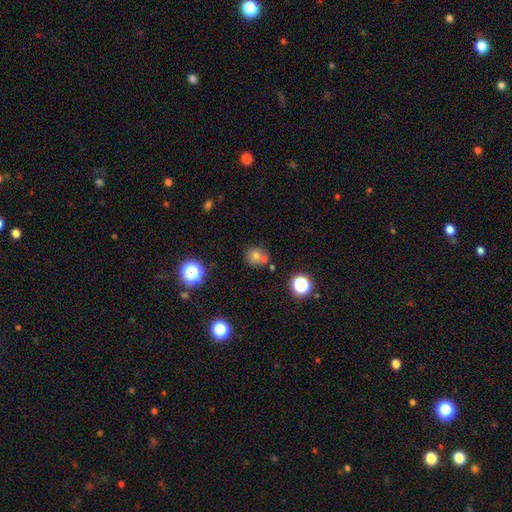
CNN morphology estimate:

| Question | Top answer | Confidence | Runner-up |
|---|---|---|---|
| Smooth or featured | smooth | 67% | star or artifact (20%) |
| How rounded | round | 86% | in between (13%) |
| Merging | none | 60% | merger (25%) |